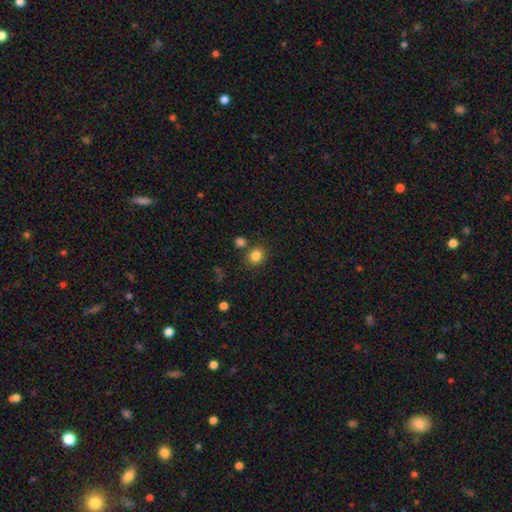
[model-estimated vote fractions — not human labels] smooth_or_featured: smooth (p=0.84) [alt: star or artifact p=0.12]
how_rounded: round (p=0.74) [alt: in between p=0.26]
merging: none (p=0.77) [alt: minor disturbance p=0.10]